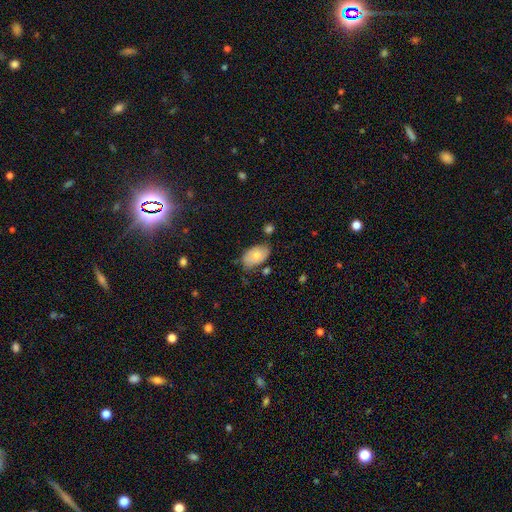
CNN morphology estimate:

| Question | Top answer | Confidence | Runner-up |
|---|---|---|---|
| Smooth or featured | smooth | 73% | featured or disk (20%) |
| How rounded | in between | 92% | round (7%) |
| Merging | none | 68% | minor disturbance (22%) |